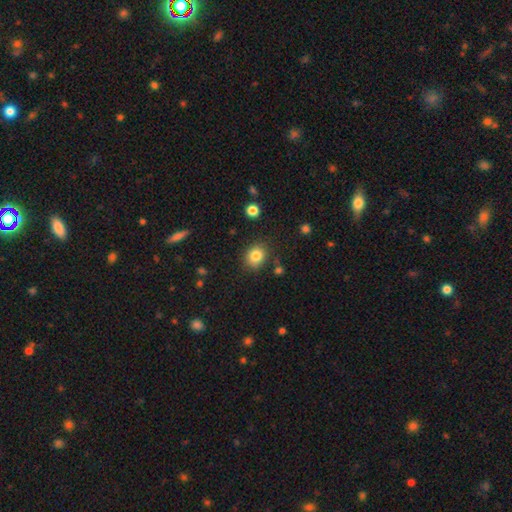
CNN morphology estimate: smooth_or_featured: smooth (p=0.83) [alt: star or artifact p=0.10]
how_rounded: round (p=0.67) [alt: in between p=0.32]
merging: none (p=0.84) [alt: minor disturbance p=0.10]